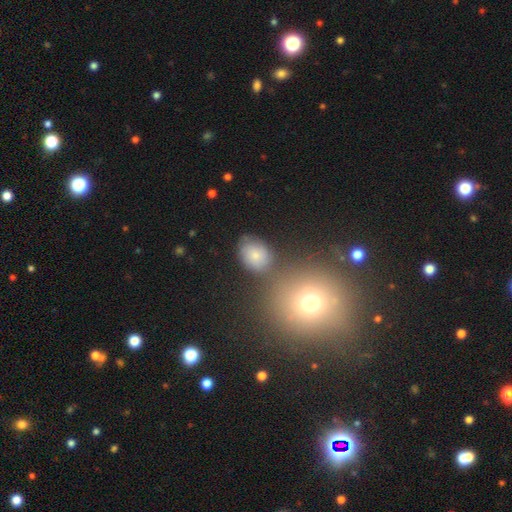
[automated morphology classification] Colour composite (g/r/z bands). It shows a smooth galaxy with no disk features (68%) that is in between round and cigar-shaped (58%). Merging: none (64%).